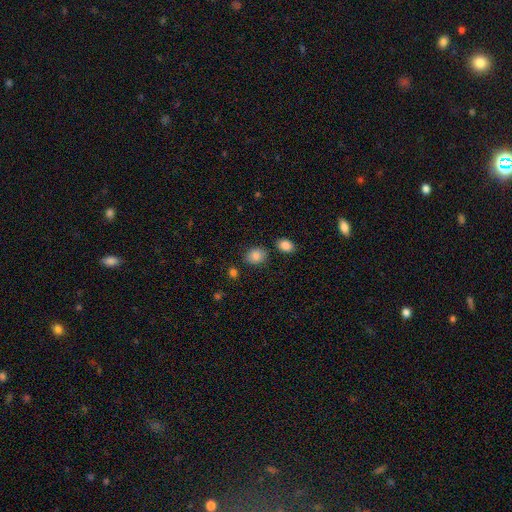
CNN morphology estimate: Q: Smooth or featured?
A: smooth (85%); runner-up: star or artifact (9%)
Q: How rounded?
A: in between (52%); runner-up: round (47%)
Q: Merging?
A: none (81%); runner-up: minor disturbance (11%)